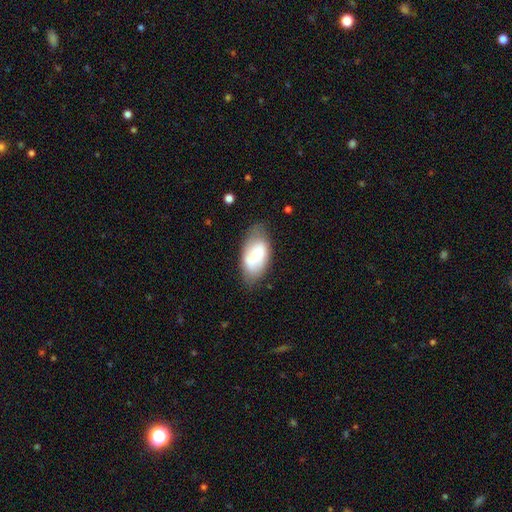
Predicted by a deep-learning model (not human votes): The model was most divided on "smooth or featured": smooth: 64%, featured or disk: 29%, star or artifact: 7%. More confident: how rounded — in between (94%); merging — none (62%).